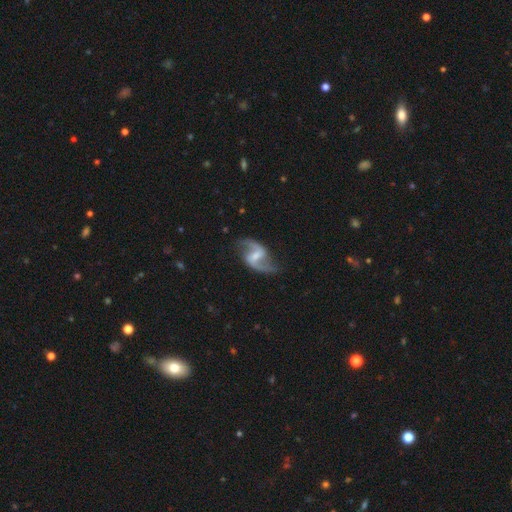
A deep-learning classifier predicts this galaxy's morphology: Overall: featured or disk (90%). Edge-on disk: no (98%). Bar: weak (52%; strong 33%). Spiral arms: yes (97%). Spiral arm count: 2 (94%). Spiral winding: loose (64%; medium 31%). Bulge size: small (42%; moderate 32%). Merging: none (79%).